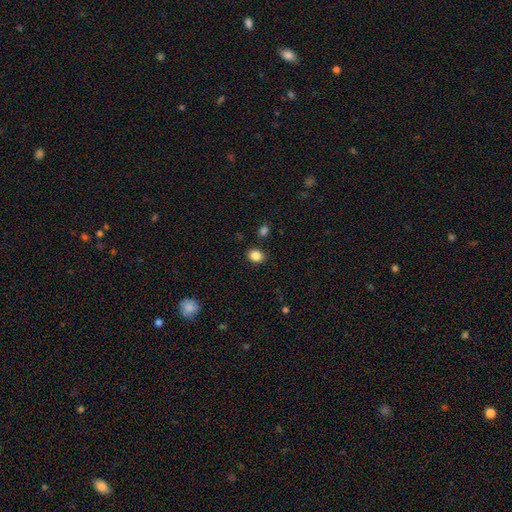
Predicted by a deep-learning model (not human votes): Overall: smooth (86%). How rounded: round (54%; in between 45%). Merging: none (85%).